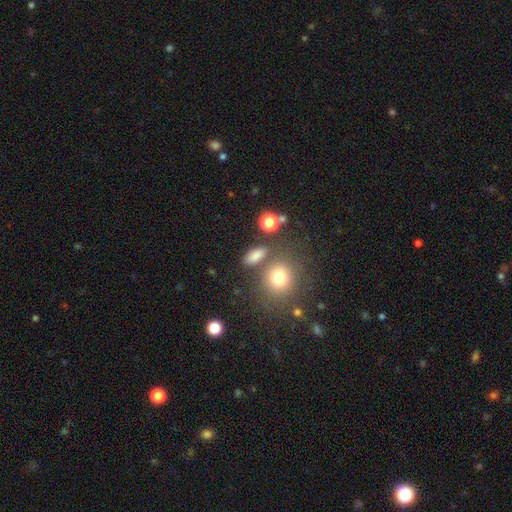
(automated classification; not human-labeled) This is likely a smooth galaxy (79%). How rounded: likely in between (68%). Merging: likely none (73%).